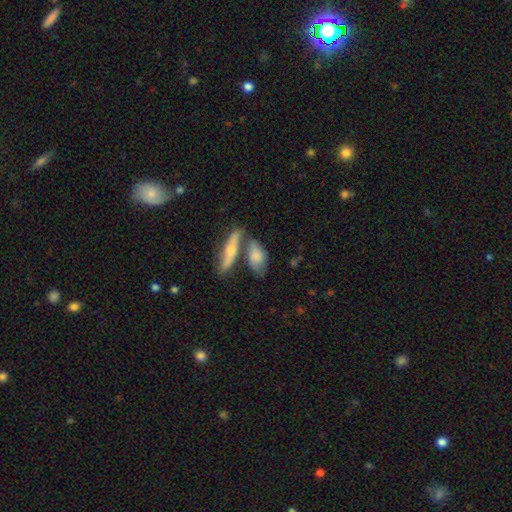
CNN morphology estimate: type=smooth (67%); roundness=in between (75%); merging=none (42%).